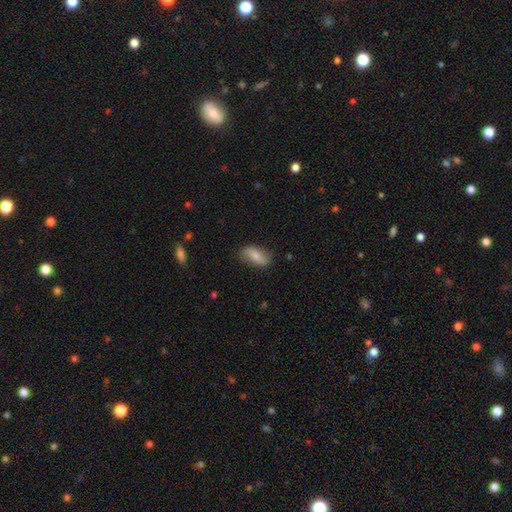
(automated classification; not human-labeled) Smooth or featured?
  - smooth: 57% *
  - featured or disk: 37%
  - star or artifact: 7%
How rounded?
  - in between: 88% *
  - cigar-shaped: 7%
  - round: 6%
Merging?
  - none: 79% *
  - minor disturbance: 16%
  - major disturbance: 4%
  - merger: 1%